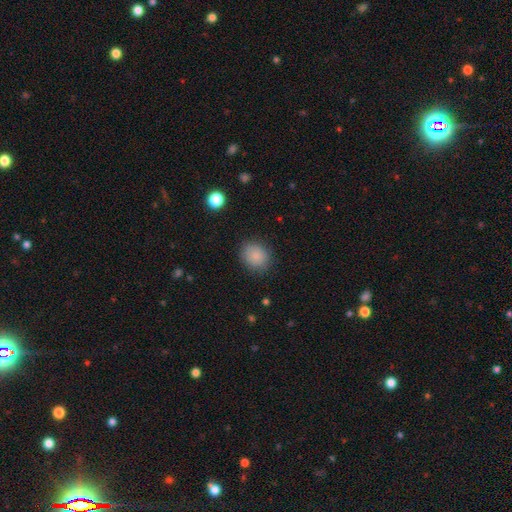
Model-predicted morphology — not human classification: Smooth or featured: smooth — 86% (star or artifact — 9%)
How rounded: round — 66% (in between — 33%)
Merging: none — 84% (minor disturbance — 11%)